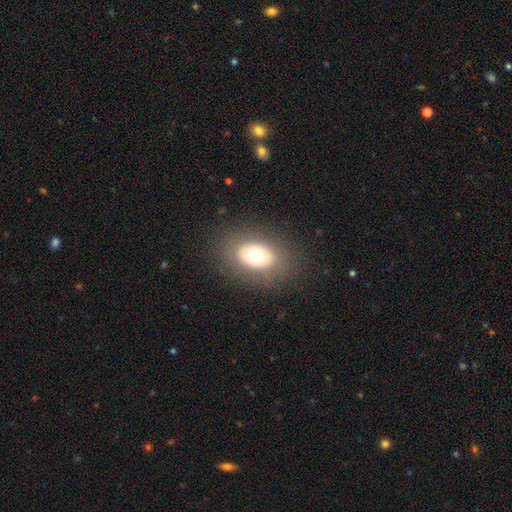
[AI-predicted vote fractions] Smooth or featured?
  - smooth: 60% *
  - featured or disk: 31%
  - star or artifact: 9%
How rounded?
  - in between: 73% *
  - round: 26%
  - cigar-shaped: 1%
Merging?
  - none: 81% *
  - minor disturbance: 11%
  - major disturbance: 7%
  - merger: 1%